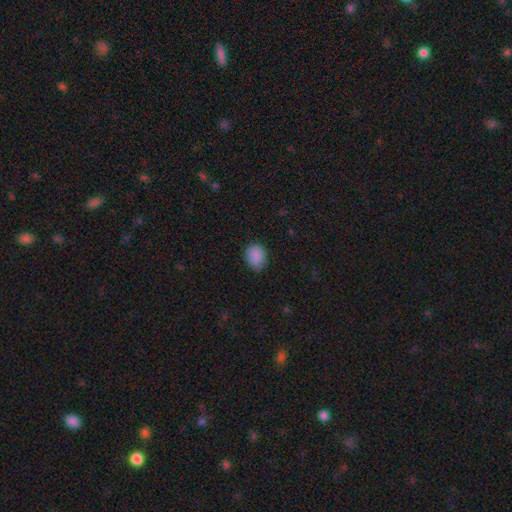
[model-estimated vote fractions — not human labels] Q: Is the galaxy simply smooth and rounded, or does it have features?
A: smooth — 87%.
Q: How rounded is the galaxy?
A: in between — 51%.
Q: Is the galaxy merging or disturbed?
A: none — 75%.